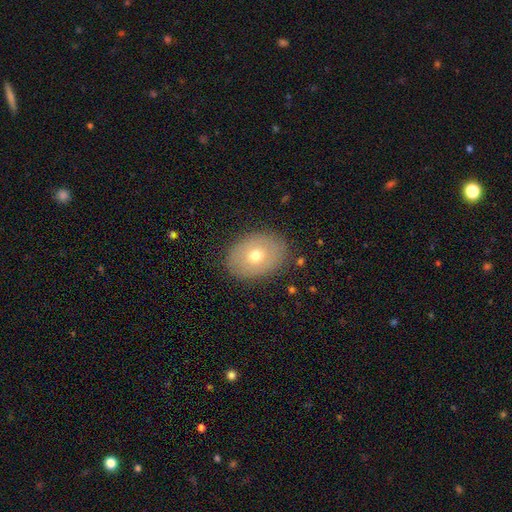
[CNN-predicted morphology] Smooth or featured?
  - smooth: 61% *
  - featured or disk: 31%
  - star or artifact: 8%
How rounded?
  - in between: 73% *
  - round: 26%
  - cigar-shaped: 1%
Merging?
  - none: 85% *
  - minor disturbance: 11%
  - major disturbance: 3%
  - merger: 1%